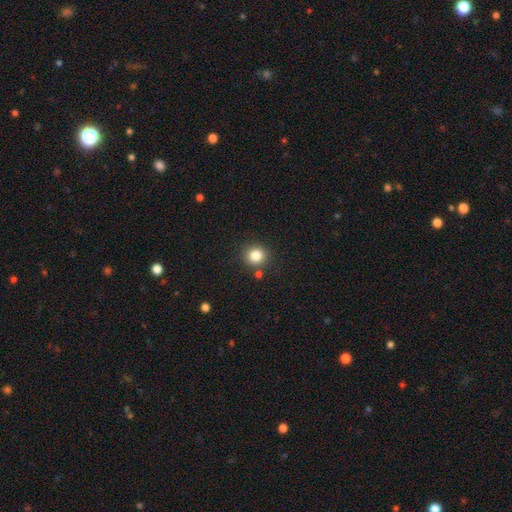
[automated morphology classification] Smooth or featured? smooth (82%)
How rounded? round (88%)
Merging? none (84%)